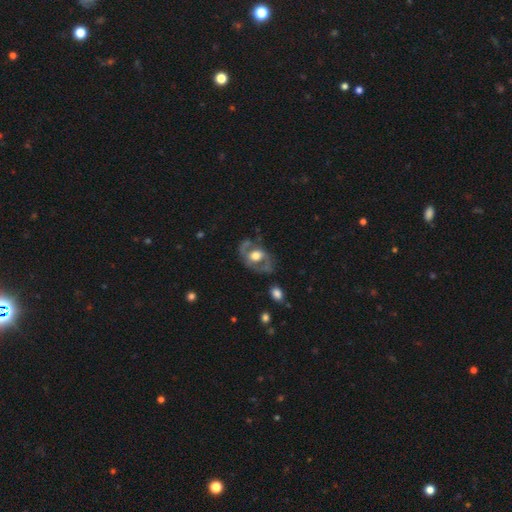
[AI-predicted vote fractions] smooth-or-featured: featured or disk: 65% | smooth: 28% | star or artifact: 6%
  disk-edge-on: no: 94% | yes: 6%
    bar: no: 68% | weak: 24% | strong: 8%
    has-spiral-arms: yes: 53% | no: 47%
    bulge-size: moderate: 48% | large: 42% | small: 5% | dominant: 3% | none: 2%
  merging: none: 59% | minor disturbance: 21% | major disturbance: 17% | merger: 3%